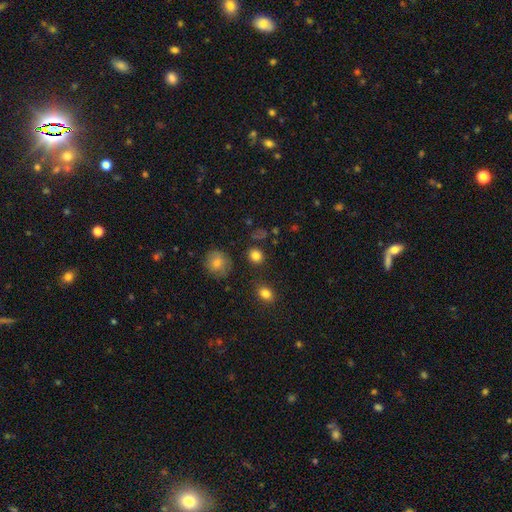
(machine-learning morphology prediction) type=smooth (82%); roundness=round (82%); merging=none (82%).